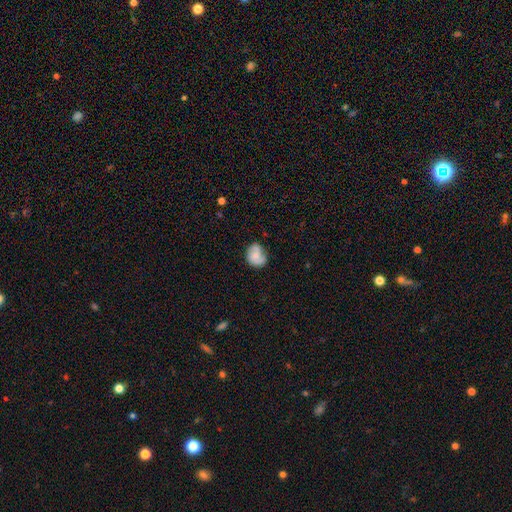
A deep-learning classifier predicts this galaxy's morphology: type=smooth (60%); roundness=round (53%); merging=none (53%).